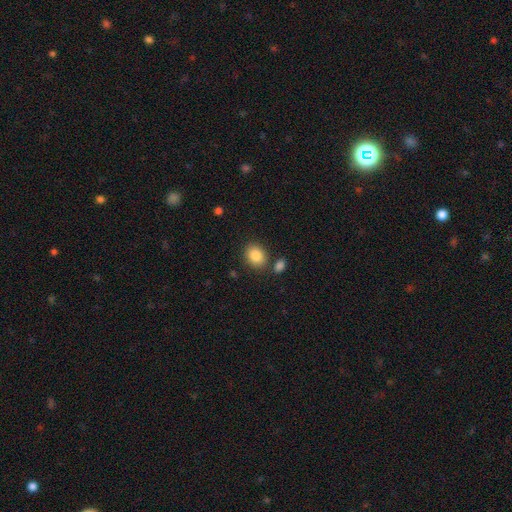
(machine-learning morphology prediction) A smooth galaxy with no disk features (86%) that is in between round and cigar-shaped (51%). Merging: none (78%).